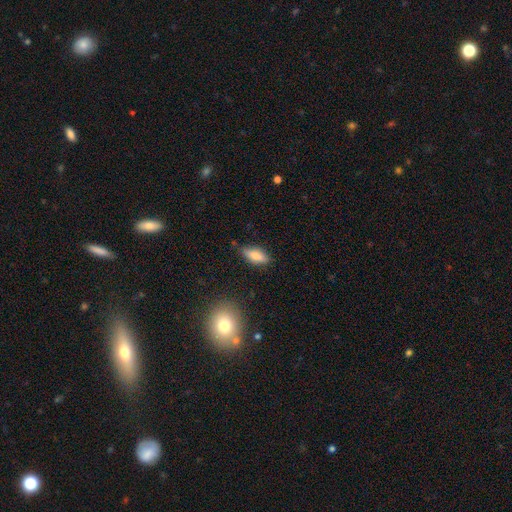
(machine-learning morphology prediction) This is likely a smooth galaxy (73%). How rounded: likely in between (75%). Merging: likely none (77%).